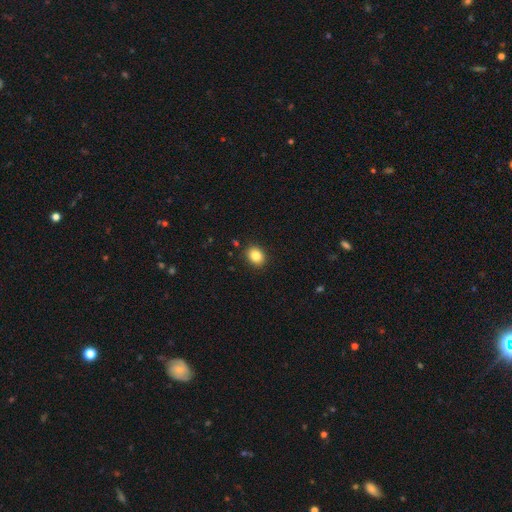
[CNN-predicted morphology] Smooth or featured? Predicted: smooth (p=0.84). How rounded? Predicted: round (p=0.52). Merging? Predicted: none (p=0.90).